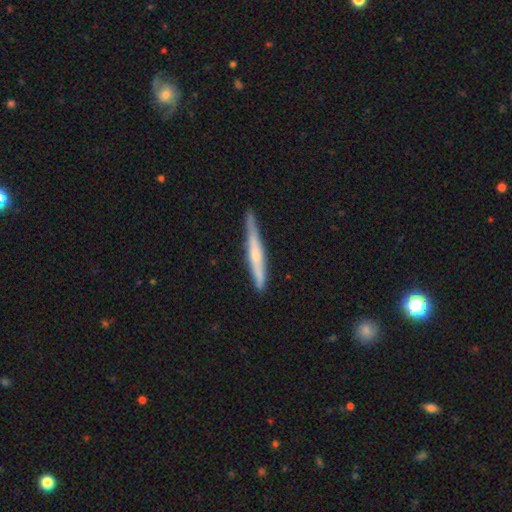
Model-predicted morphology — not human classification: featured or disk 55%, smooth 40%, star or artifact 5%. Down the decision tree: edge-on disk — yes (96%); edge-on bulge — rounded (58%); merging — none (86%).